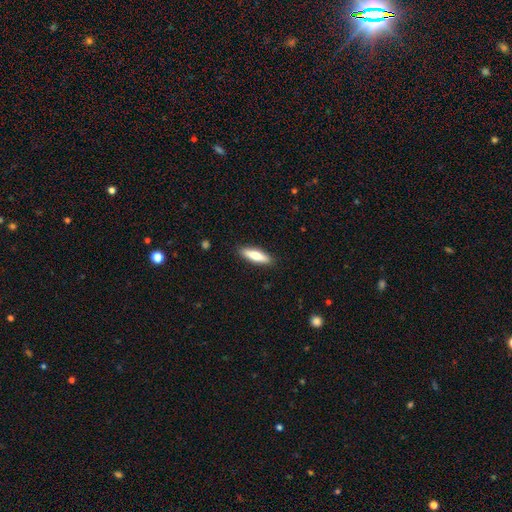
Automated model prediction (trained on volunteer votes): smooth_or_featured: smooth (p=0.68) [alt: featured or disk p=0.27]
how_rounded: cigar-shaped (p=0.63) [alt: in between p=0.36]
merging: none (p=0.90) [alt: minor disturbance p=0.08]